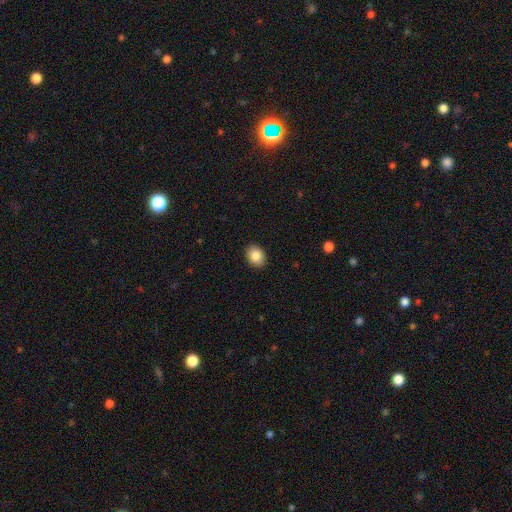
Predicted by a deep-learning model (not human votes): This appears to be a smooth galaxy with no disk features (86%) that is in between round and cigar-shaped (56%). Merging: none (90%).